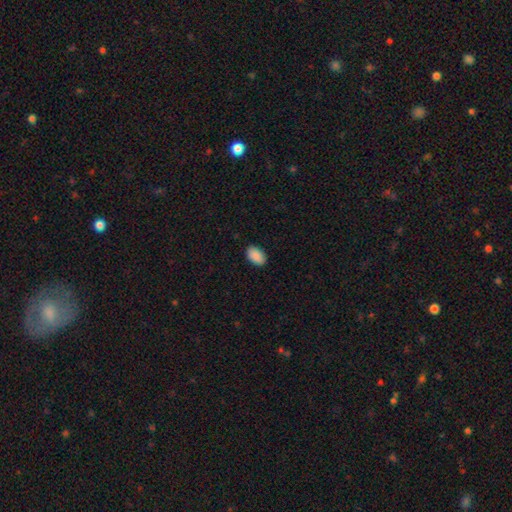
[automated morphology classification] Q: Smooth or featured?
A: smooth (91%); runner-up: star or artifact (7%)
Q: How rounded?
A: in between (92%); runner-up: round (7%)
Q: Merging?
A: none (88%); runner-up: minor disturbance (9%)